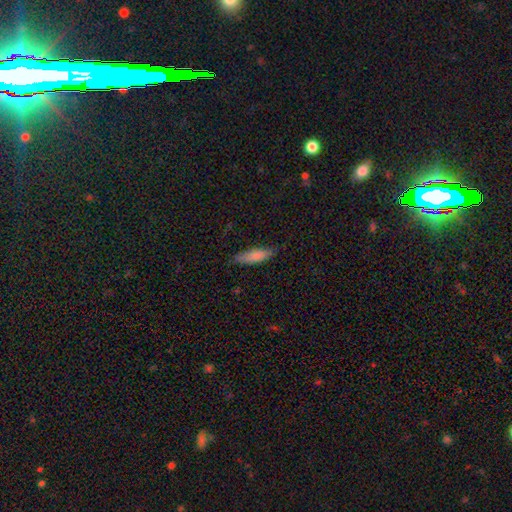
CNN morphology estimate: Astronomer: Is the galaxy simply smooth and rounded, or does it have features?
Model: smooth — 81%.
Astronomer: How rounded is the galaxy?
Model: cigar-shaped — 60% (runner-up: in between, 39%).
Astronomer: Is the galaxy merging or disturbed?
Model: none — 78%.